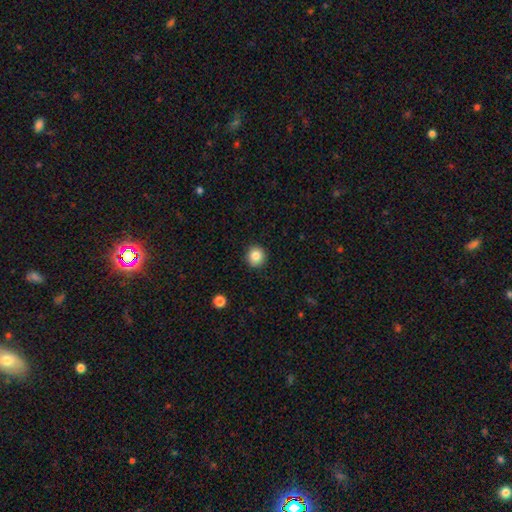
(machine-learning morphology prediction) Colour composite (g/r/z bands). It shows a smooth galaxy with no disk features (84%) that is round (92%). Merging: none (92%).